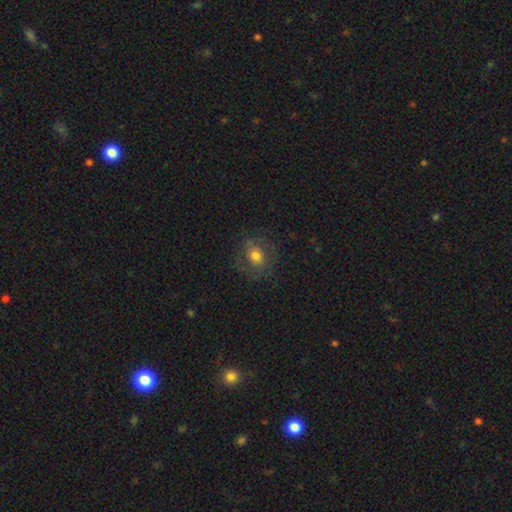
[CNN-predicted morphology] The model was most divided on "smooth or featured": smooth: 54%, featured or disk: 34%, star or artifact: 12%. More confident: merging — none (73%); how rounded — round (69%).